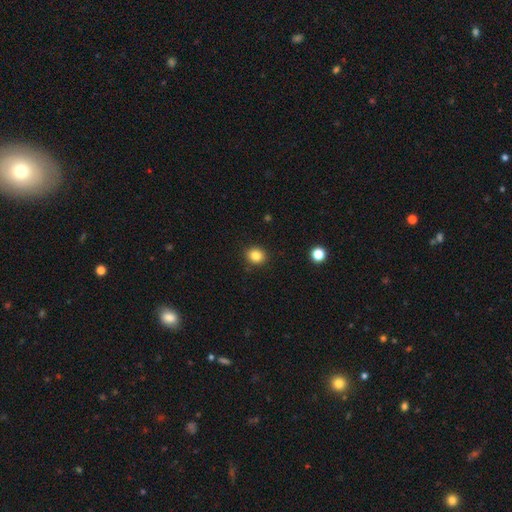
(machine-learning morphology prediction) Smooth or featured?
  - smooth: 84% *
  - star or artifact: 11%
  - featured or disk: 5%
How rounded?
  - round: 78% *
  - in between: 21%
  - cigar-shaped: 1%
Merging?
  - none: 90% *
  - minor disturbance: 7%
  - major disturbance: 2%
  - merger: 1%